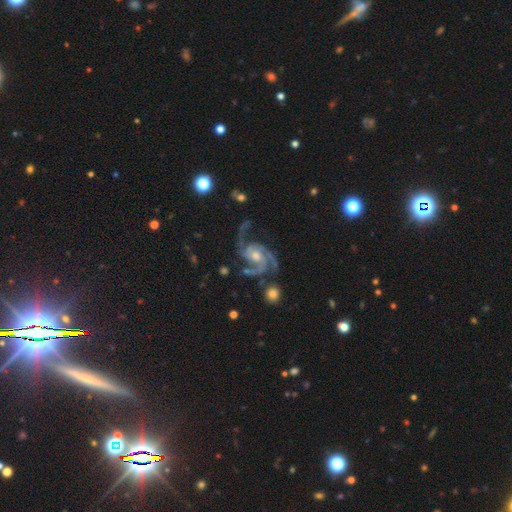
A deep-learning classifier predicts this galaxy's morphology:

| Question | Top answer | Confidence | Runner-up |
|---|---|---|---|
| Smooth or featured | featured or disk | 93% | star or artifact (4%) |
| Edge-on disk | no | 98% | yes (2%) |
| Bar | no | 61% | weak (28%) |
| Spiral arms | yes | 99% | no (1%) |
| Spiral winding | medium | 54% | tight (33%) |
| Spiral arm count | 3 | 55% | 2 (20%) |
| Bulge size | moderate | 62% | small (31%) |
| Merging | none | 63% | minor disturbance (19%) |